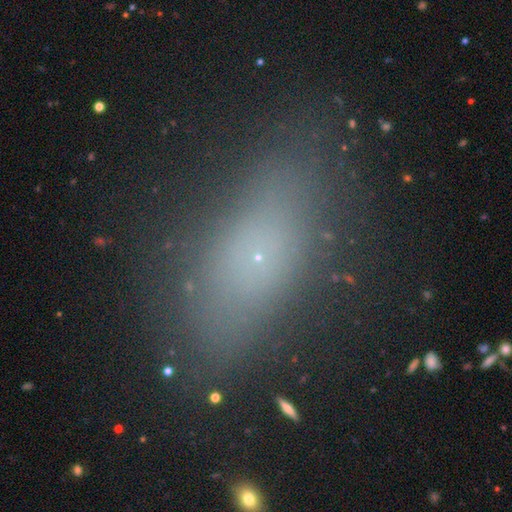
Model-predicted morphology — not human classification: Smooth or featured: smooth — 60% (featured or disk — 20%)
How rounded: in between — 69% (cigar-shaped — 24%)
Merging: none — 78% (minor disturbance — 14%)